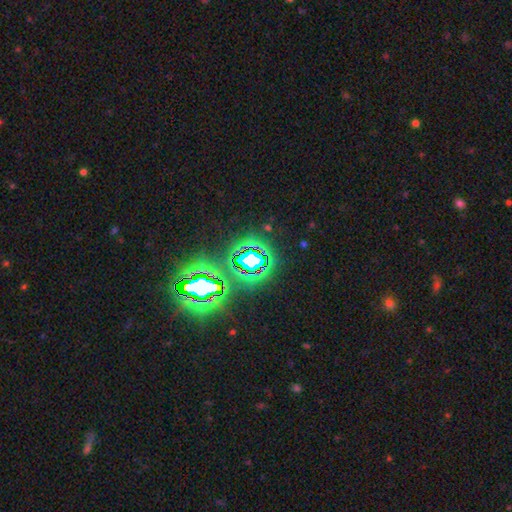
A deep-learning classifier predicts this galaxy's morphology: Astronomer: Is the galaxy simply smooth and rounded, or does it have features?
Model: star or artifact — 76%.